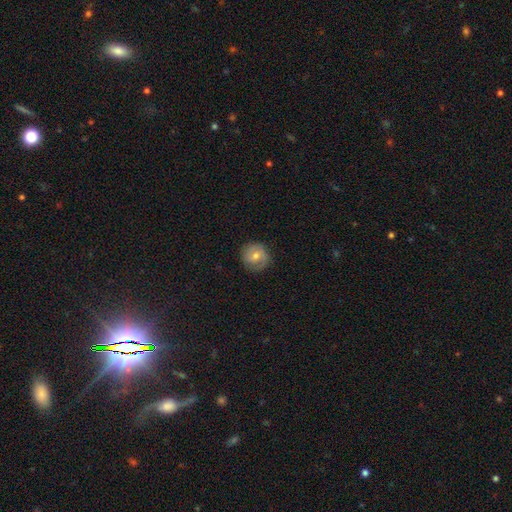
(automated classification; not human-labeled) smooth-or-featured: featured or disk: 49% | smooth: 42% | star or artifact: 9%
  merging: none: 81% | minor disturbance: 14% | major disturbance: 4% | merger: 1%